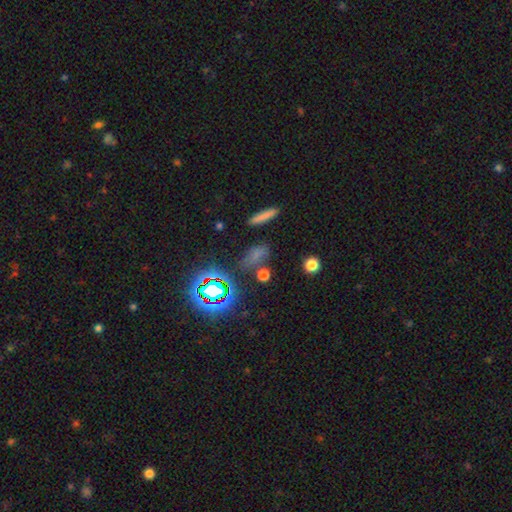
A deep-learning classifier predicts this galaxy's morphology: This appears to be a smooth galaxy with no disk features (58%) that is in between round and cigar-shaped (56%). Merging: none (73%).